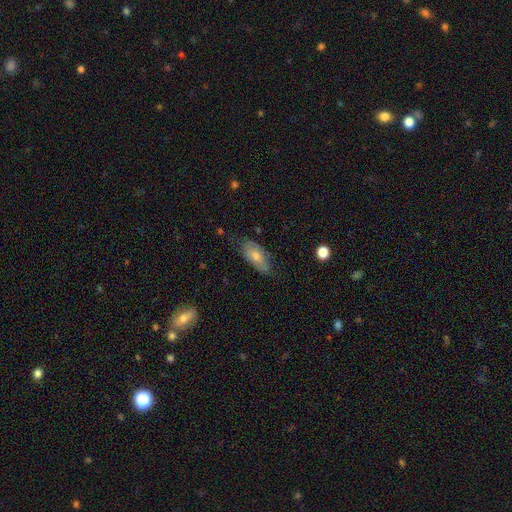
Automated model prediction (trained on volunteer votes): Smooth or featured: smooth — 55% (featured or disk — 36%)
How rounded: in between — 81% (cigar-shaped — 15%)
Merging: none — 69% (minor disturbance — 24%)